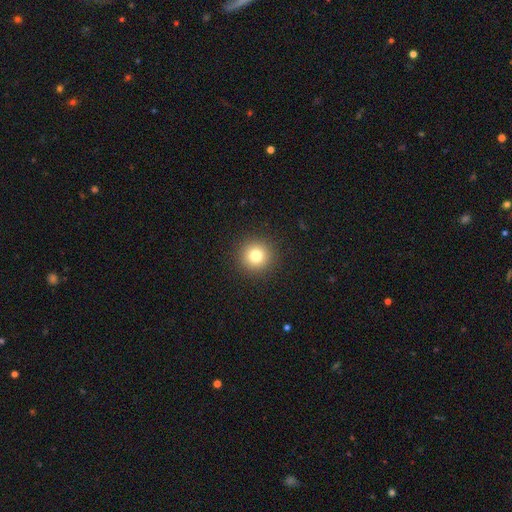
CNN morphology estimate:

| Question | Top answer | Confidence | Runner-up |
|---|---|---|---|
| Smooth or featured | smooth | 79% | star or artifact (13%) |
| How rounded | round | 95% | in between (4%) |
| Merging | none | 92% | minor disturbance (5%) |